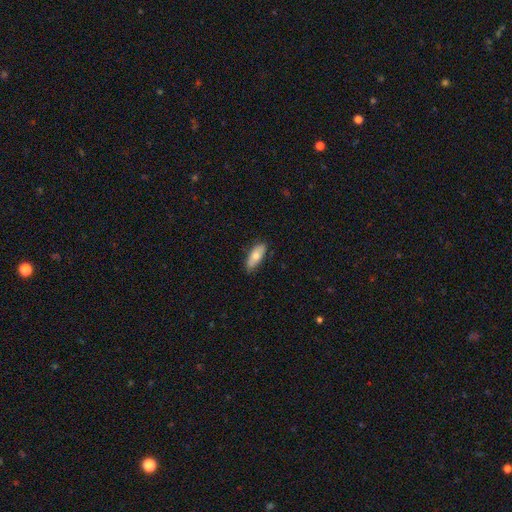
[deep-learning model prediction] smooth 75%, featured or disk 19%, star or artifact 6%. Down the decision tree: how rounded — in between (76%); merging — none (80%).